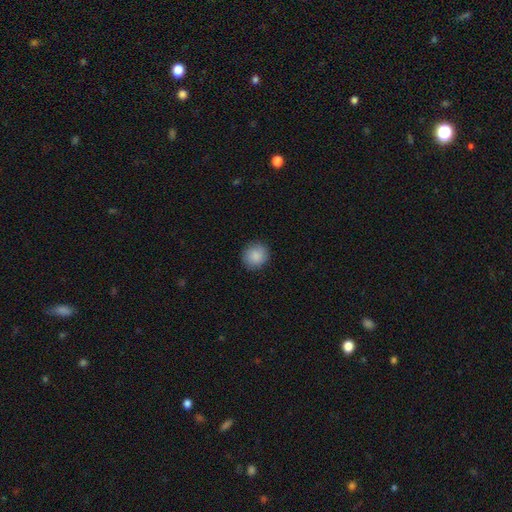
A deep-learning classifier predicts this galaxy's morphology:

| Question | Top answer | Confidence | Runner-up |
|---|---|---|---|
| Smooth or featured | smooth | 87% | star or artifact (7%) |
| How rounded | round | 88% | in between (11%) |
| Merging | none | 88% | minor disturbance (9%) |